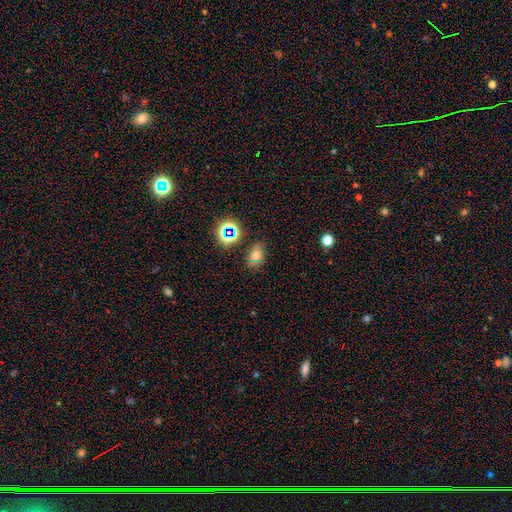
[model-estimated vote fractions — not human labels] smooth_or_featured: smooth (p=0.62) [alt: star or artifact p=0.26]
how_rounded: in between (p=0.79) [alt: round p=0.18]
merging: none (p=0.79) [alt: minor disturbance p=0.14]